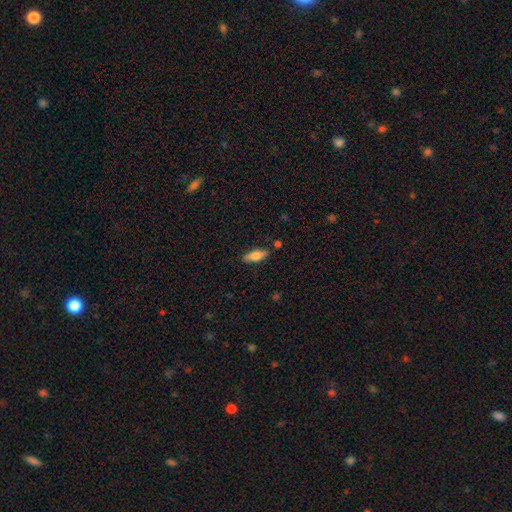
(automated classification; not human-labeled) This is likely a smooth galaxy (68%). How rounded: likely in between (63%). Merging: clearly none (83%).